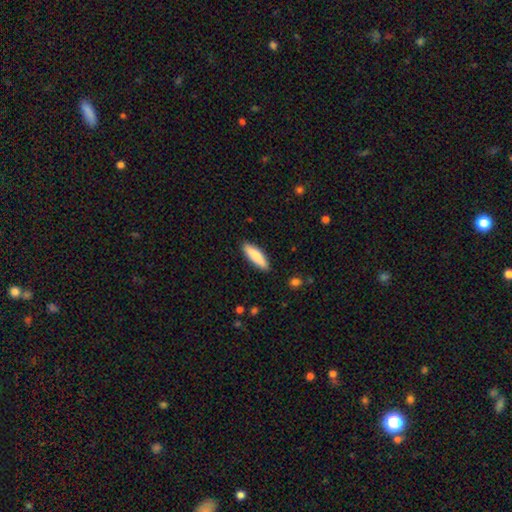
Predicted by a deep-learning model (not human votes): smooth_or_featured: smooth (p=0.82) [alt: featured or disk p=0.13]
how_rounded: cigar-shaped (p=0.60) [alt: in between p=0.39]
merging: none (p=0.89) [alt: minor disturbance p=0.09]